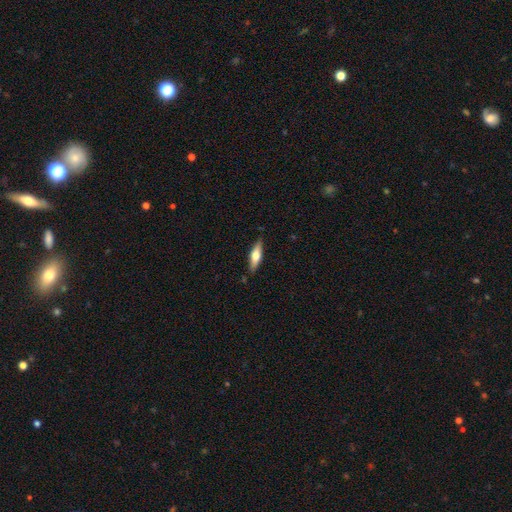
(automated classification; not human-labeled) A smooth galaxy with no disk features (55%) that is cigar-shaped (59%). Merging: none (85%).